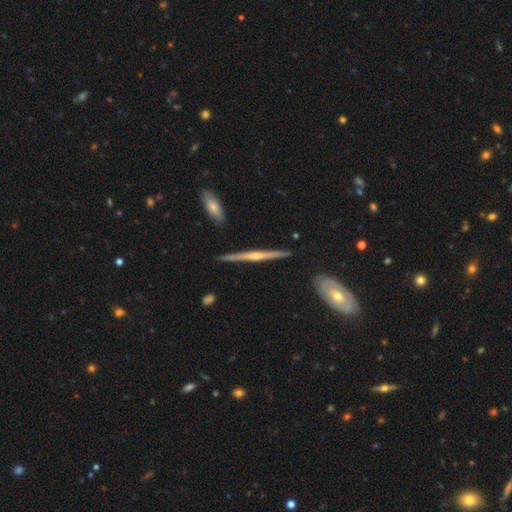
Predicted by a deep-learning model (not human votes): This is likely a featured or disk galaxy (79%). It is clearly viewed edge-on (98%). Edge-on bulge: clearly rounded (85%). Merging: clearly none (91%).